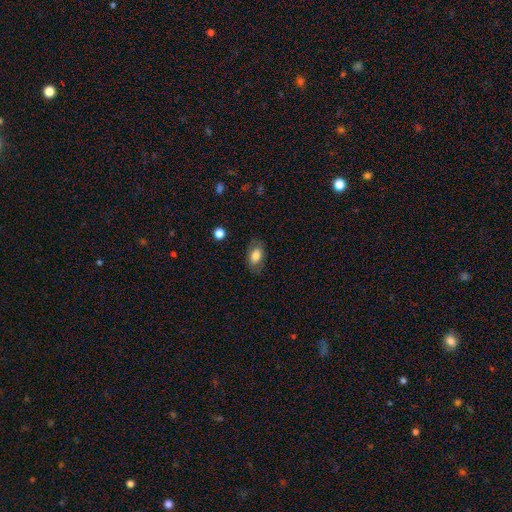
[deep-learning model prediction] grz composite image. It shows a smooth galaxy with no disk features (71%) that is in between round and cigar-shaped (90%). Merging: none (77%).